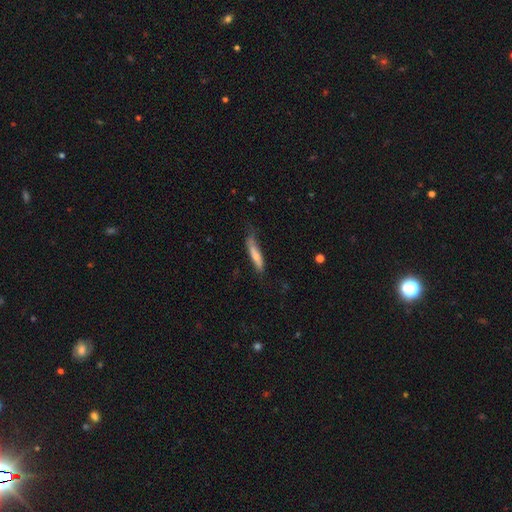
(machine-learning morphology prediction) type=smooth (63%); roundness=cigar-shaped (83%); merging=none (54%).